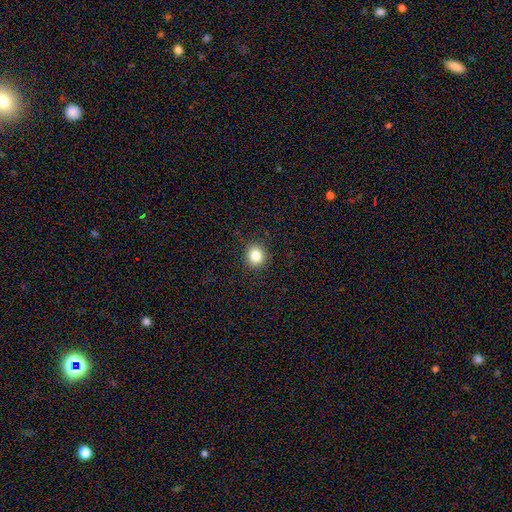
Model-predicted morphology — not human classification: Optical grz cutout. It shows a smooth galaxy with no disk features (84%) that is round (83%). Merging: none (91%).